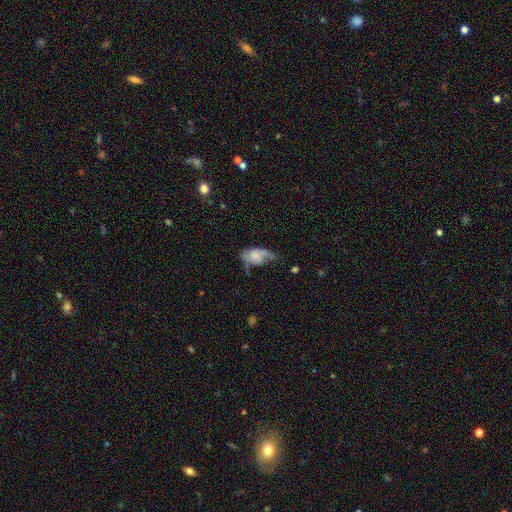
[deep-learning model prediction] This appears to be a featured or disk galaxy (49%). Merging: minor disturbance (34%).